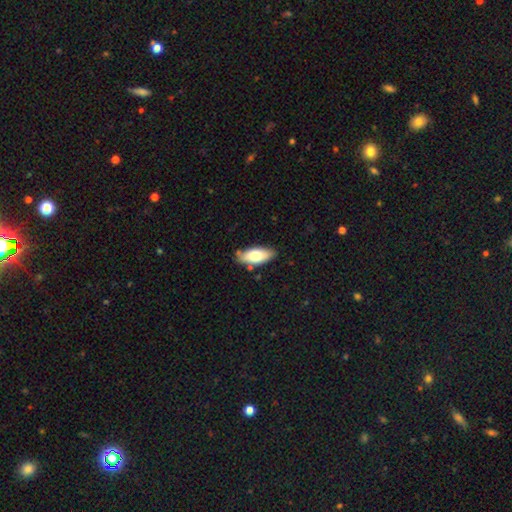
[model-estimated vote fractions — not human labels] Morphology: type=smooth (74%); roundness=in between (84%); merging=none (80%).